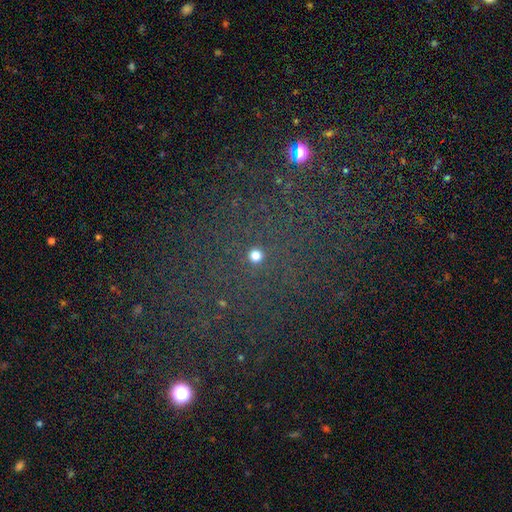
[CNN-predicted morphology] A smooth galaxy with no disk features (49%).

Vote fractions:
- Smooth or featured? smooth: 49% / star or artifact: 40% / featured or disk: 11%
- Merging? none: 82% / minor disturbance: 9% / major disturbance: 5% / merger: 4%